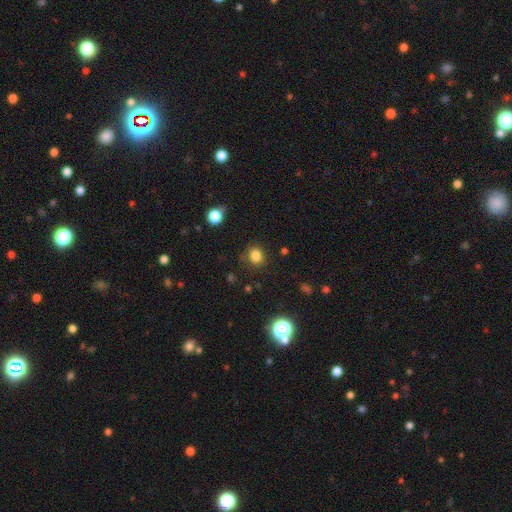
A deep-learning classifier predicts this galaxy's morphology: Overall: smooth (82%). How rounded: round (77%). Merging: none (82%).